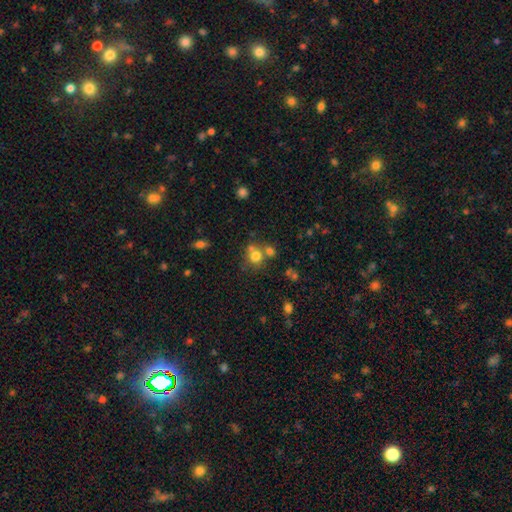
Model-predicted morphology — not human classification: This is likely a smooth galaxy (73%). How rounded: clearly round (83%). Merging: possibly none (51%).